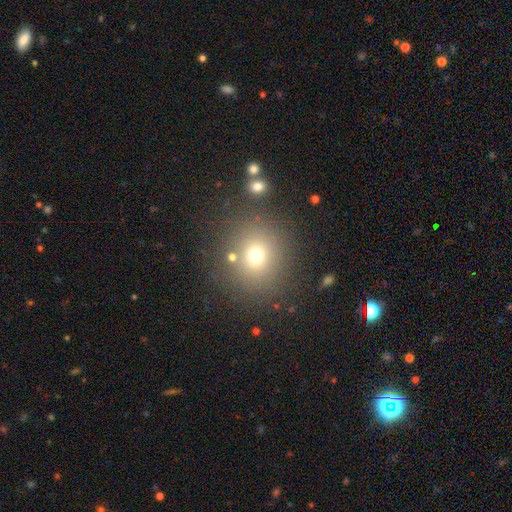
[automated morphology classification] Smooth or featured? smooth (69%)
How rounded? round (85%)
Merging? none (82%)